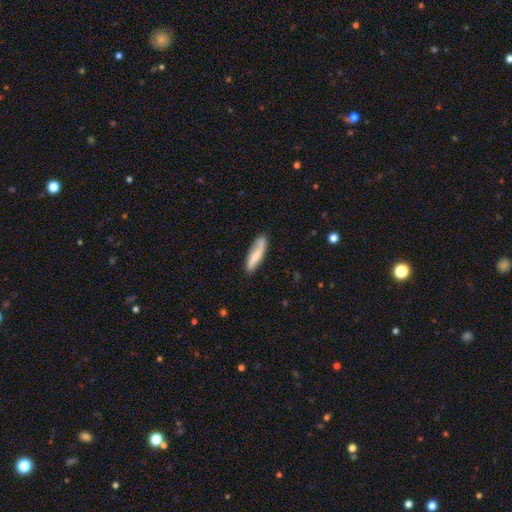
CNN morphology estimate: type=smooth (56%); roundness=cigar-shaped (62%); merging=none (75%).